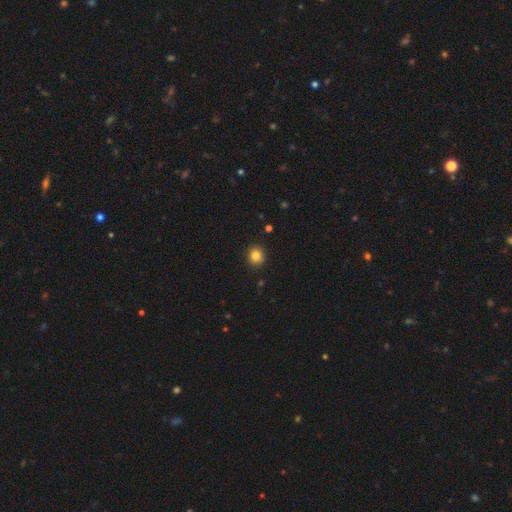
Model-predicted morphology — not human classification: This appears to be a smooth galaxy with no disk features (84%) that is round (88%). Merging: none (92%).